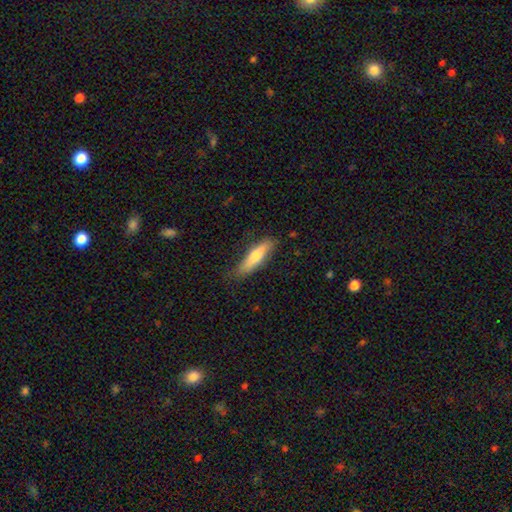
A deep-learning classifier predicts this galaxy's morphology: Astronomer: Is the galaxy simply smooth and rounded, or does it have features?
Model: smooth — 69%.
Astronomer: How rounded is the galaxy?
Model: cigar-shaped — 76%.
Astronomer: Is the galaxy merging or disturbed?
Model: none — 78%.